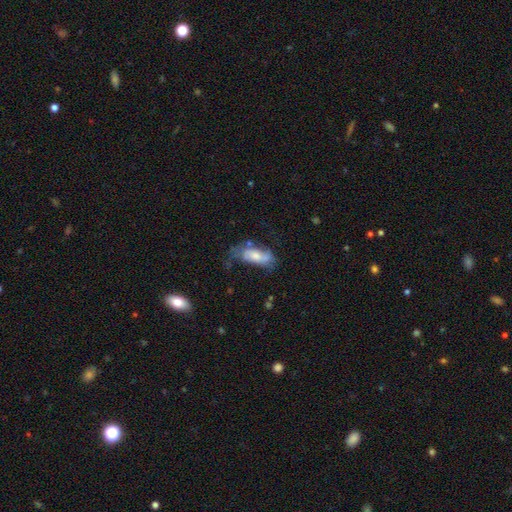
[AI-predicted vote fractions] Q: Smooth or featured?
A: smooth (49%); runner-up: featured or disk (43%)
Q: Merging?
A: none (43%); runner-up: minor disturbance (29%)